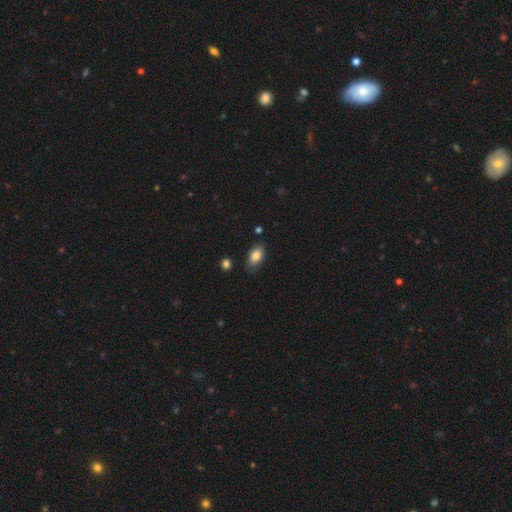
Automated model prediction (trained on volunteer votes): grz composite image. It shows a smooth galaxy with no disk features (83%) that is in between round and cigar-shaped (91%). Merging: none (81%).